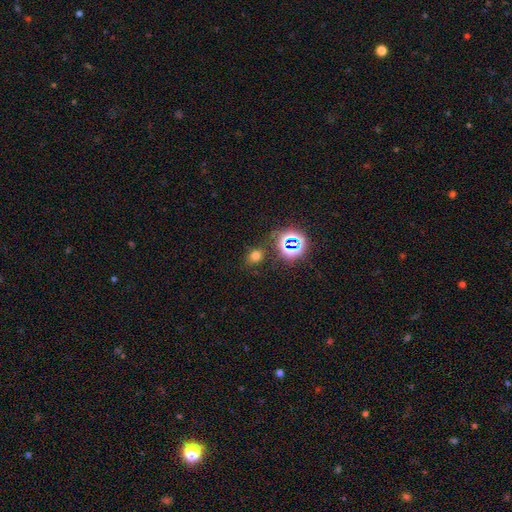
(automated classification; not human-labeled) Overall: smooth (63%; star or artifact 29%). How rounded: round (57%; in between 42%). Merging: none (78%).